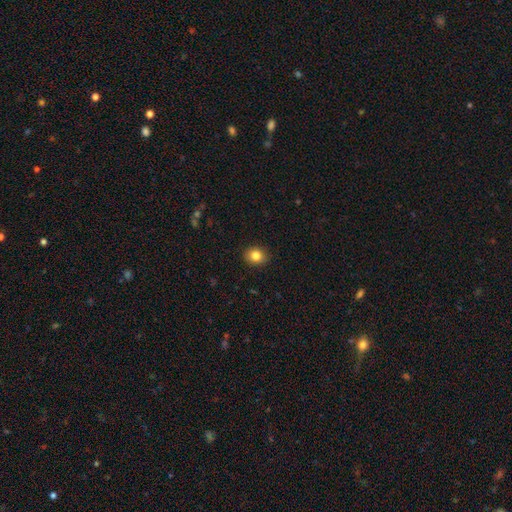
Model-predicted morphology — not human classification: smooth-or-featured: smooth: 83% | star or artifact: 10% | featured or disk: 6%
  how-rounded: round: 64% | in between: 35% | cigar-shaped: 1%
  merging: none: 90% | minor disturbance: 7% | major disturbance: 2% | merger: 1%